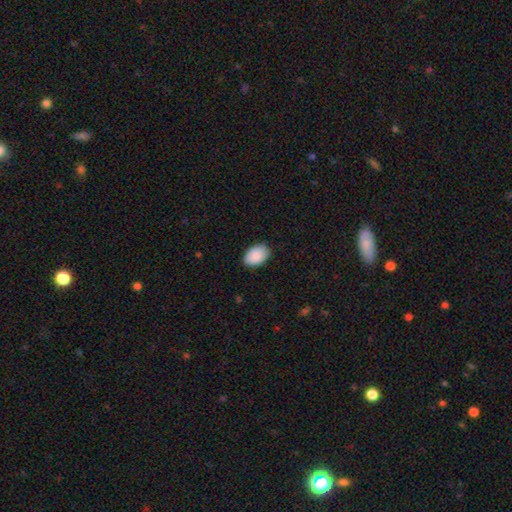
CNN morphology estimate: Q: Smooth or featured?
A: smooth (90%); runner-up: star or artifact (6%)
Q: How rounded?
A: in between (90%); runner-up: round (9%)
Q: Merging?
A: none (85%); runner-up: minor disturbance (13%)